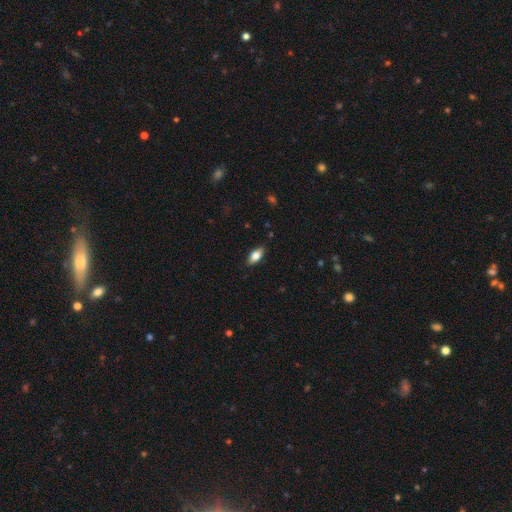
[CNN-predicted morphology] Smooth or featured?
  - smooth: 76% *
  - featured or disk: 17%
  - star or artifact: 7%
How rounded?
  - in between: 87% *
  - cigar-shaped: 10%
  - round: 3%
Merging?
  - none: 86% *
  - minor disturbance: 11%
  - major disturbance: 2%
  - merger: 1%